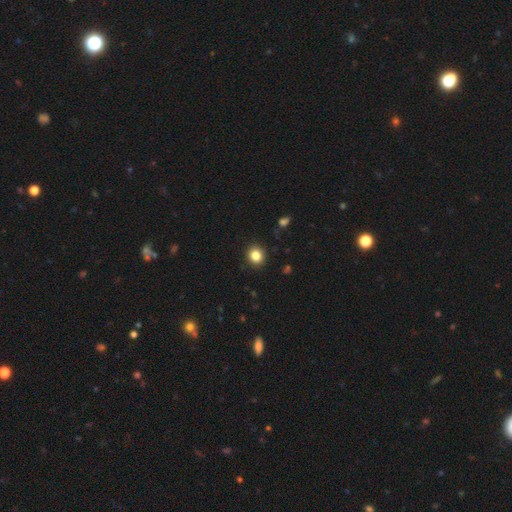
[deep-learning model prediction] Smooth or featured? Predicted: smooth (p=0.83). How rounded? Predicted: round (p=0.84). Merging? Predicted: none (p=0.91).